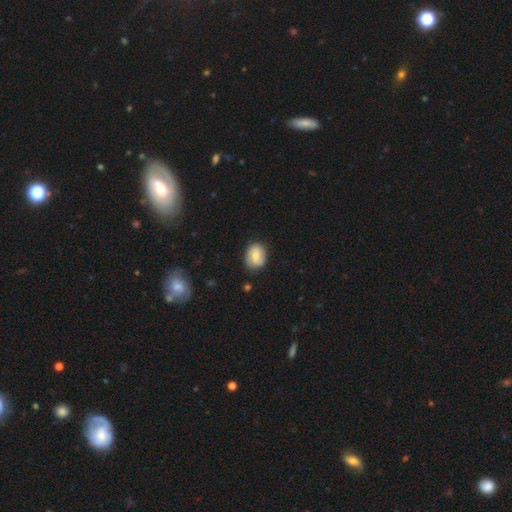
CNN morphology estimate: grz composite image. It shows a smooth galaxy with no disk features (75%) that is in between round and cigar-shaped (53%). Merging: none (79%).